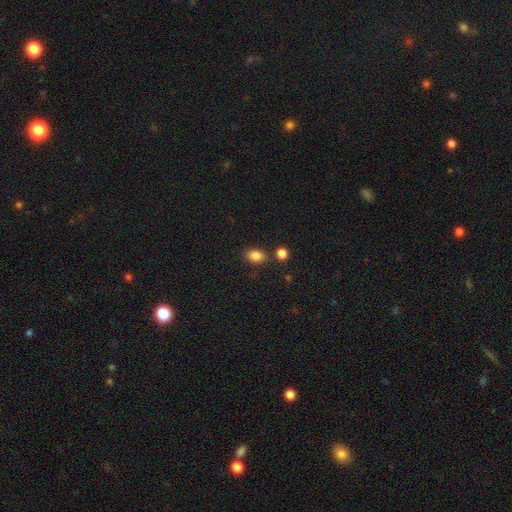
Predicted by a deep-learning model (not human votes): The model was most divided on "how rounded": in between: 78%, round: 21%, cigar-shaped: 1%. More confident: smooth or featured — smooth (85%); merging — none (78%).